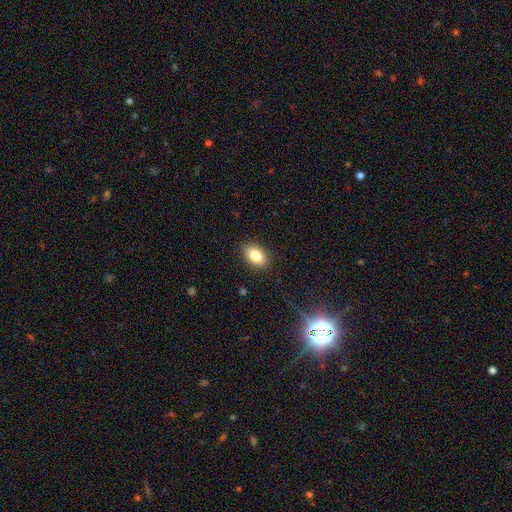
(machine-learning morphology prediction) smooth 82%, featured or disk 9%, star or artifact 8%. Down the decision tree: how rounded — in between (88%); merging — none (87%).